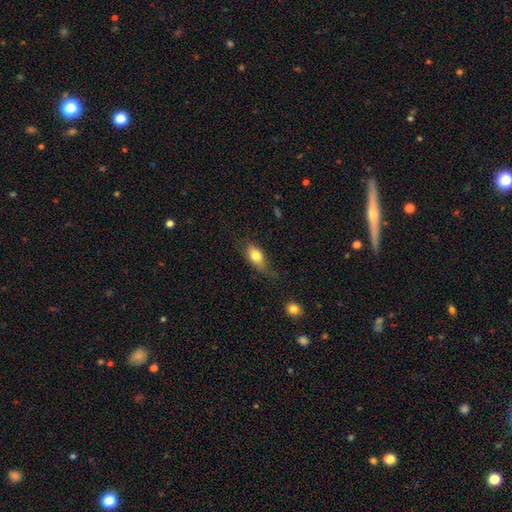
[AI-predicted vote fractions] Q: Smooth or featured?
A: smooth (76%); runner-up: featured or disk (16%)
Q: How rounded?
A: in between (82%); runner-up: cigar-shaped (9%)
Q: Merging?
A: none (57%); runner-up: minor disturbance (30%)